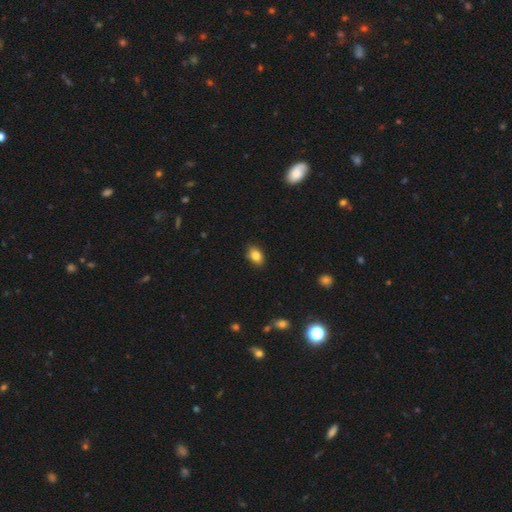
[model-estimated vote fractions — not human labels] The model was most divided on "how rounded": in between: 83%, round: 15%, cigar-shaped: 2%. More confident: merging — none (86%); smooth or featured — smooth (84%).